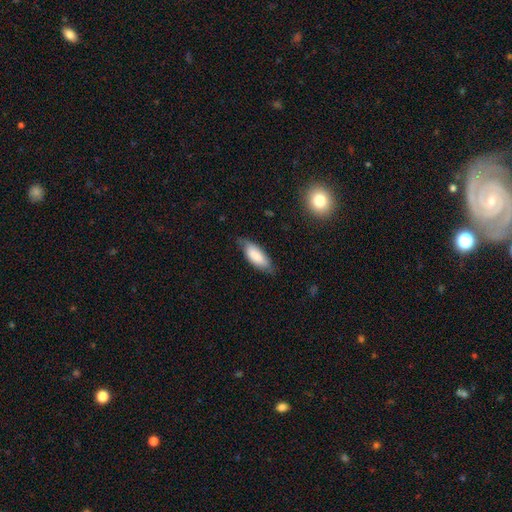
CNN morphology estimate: Smooth or featured: smooth — 78% (featured or disk — 15%)
How rounded: in between — 80% (cigar-shaped — 19%)
Merging: none — 66% (minor disturbance — 27%)